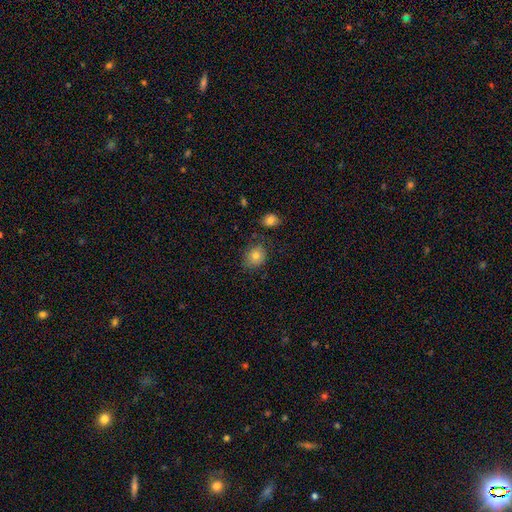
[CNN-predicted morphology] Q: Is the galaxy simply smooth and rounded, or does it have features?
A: smooth — 79%.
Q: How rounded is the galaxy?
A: round — 64%.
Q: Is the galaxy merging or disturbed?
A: none — 74%.